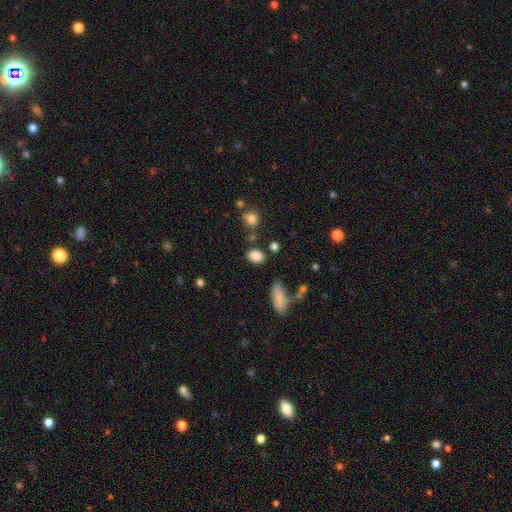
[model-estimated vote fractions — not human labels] Q: Smooth or featured?
A: smooth (85%); runner-up: star or artifact (10%)
Q: How rounded?
A: in between (67%); runner-up: round (31%)
Q: Merging?
A: none (77%); runner-up: minor disturbance (13%)